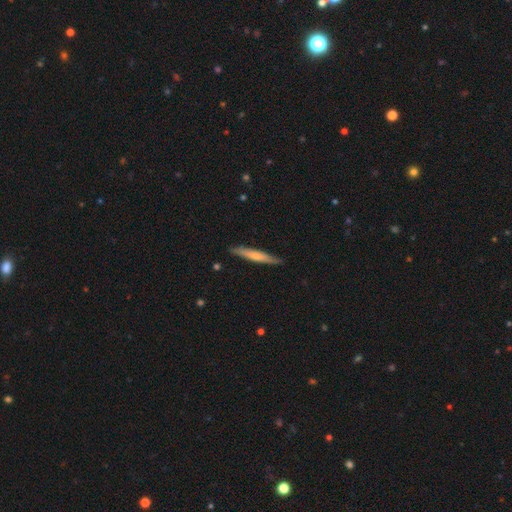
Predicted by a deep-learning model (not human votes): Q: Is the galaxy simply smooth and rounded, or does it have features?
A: smooth — 53%.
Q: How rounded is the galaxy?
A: cigar-shaped — 94%.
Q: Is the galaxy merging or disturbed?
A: none — 88%.